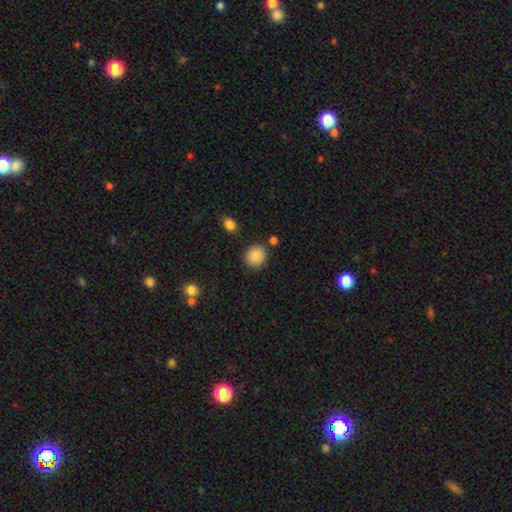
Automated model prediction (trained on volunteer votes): A smooth galaxy with no disk features (86%) that is round (85%).

Vote fractions:
- Smooth or featured? smooth: 86% / star or artifact: 9% / featured or disk: 5%
- How rounded? round: 85% / in between: 14% / cigar-shaped: 1%
- Merging? none: 86% / minor disturbance: 8% / merger: 4% / major disturbance: 3%